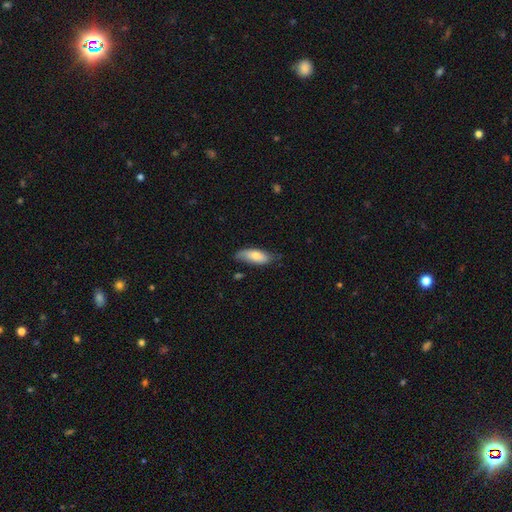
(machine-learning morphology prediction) A smooth galaxy with no disk features (69%) that is in between round and cigar-shaped (77%).

Vote fractions:
- Smooth or featured? smooth: 69% / featured or disk: 25% / star or artifact: 6%
- How rounded? in between: 77% / cigar-shaped: 20% / round: 2%
- Merging? none: 64% / minor disturbance: 28% / major disturbance: 5% / merger: 2%